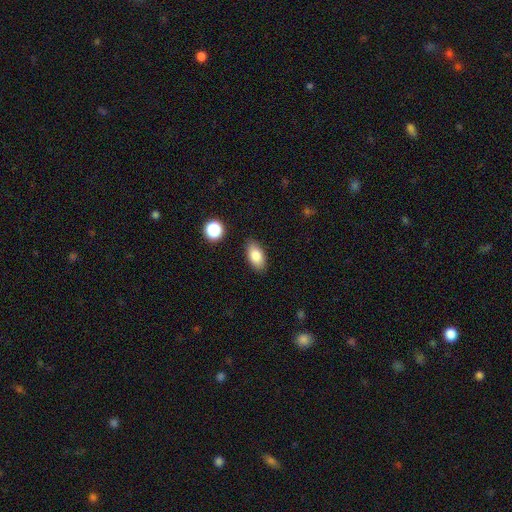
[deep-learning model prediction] Morphology: type=smooth (84%); roundness=in between (91%); merging=none (86%).